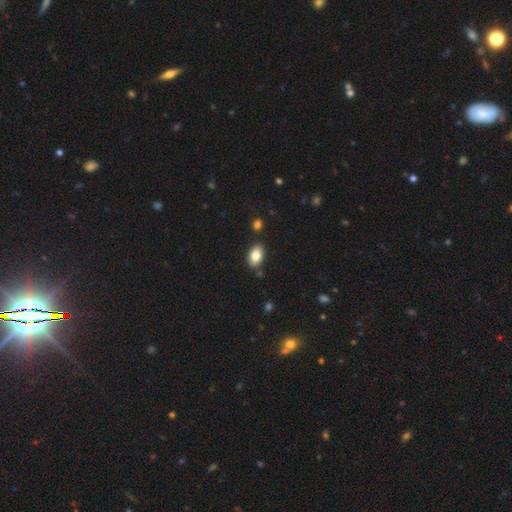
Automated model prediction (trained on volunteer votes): A smooth galaxy with no disk features (84%) that is in between round and cigar-shaped (89%). Merging: none (84%).